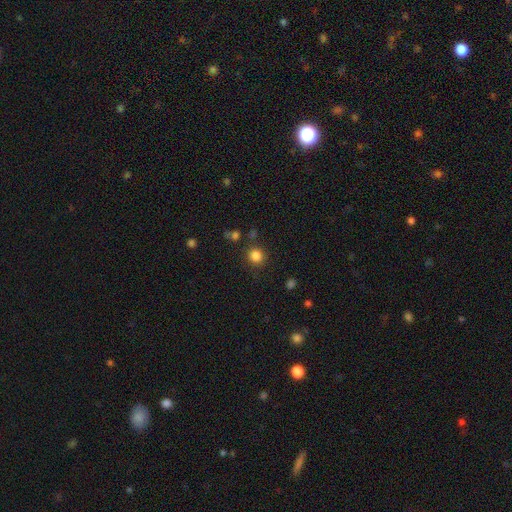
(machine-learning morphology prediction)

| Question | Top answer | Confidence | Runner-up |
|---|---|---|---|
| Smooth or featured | smooth | 83% | star or artifact (12%) |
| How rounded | round | 91% | in between (8%) |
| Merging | none | 85% | minor disturbance (8%) |